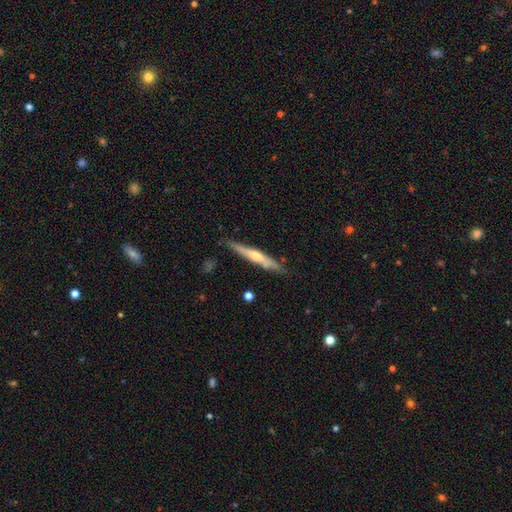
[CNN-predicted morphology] smooth_or_featured: featured or disk (p=0.57) [alt: smooth p=0.38]
disk_edge_on: yes (p=0.94) [alt: no p=0.06]
edge_on_bulge: rounded (p=0.74) [alt: none p=0.20]
merging: none (p=0.83) [alt: minor disturbance p=0.12]